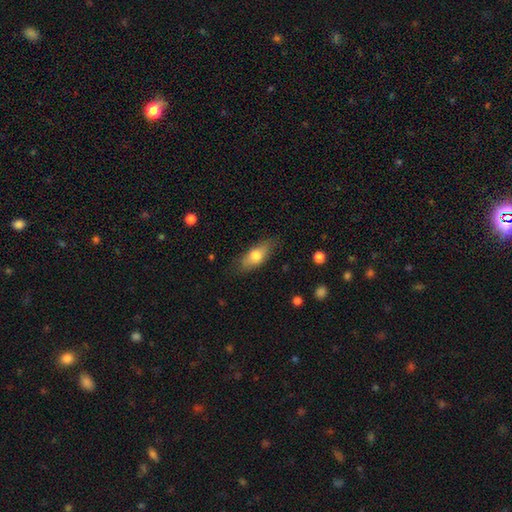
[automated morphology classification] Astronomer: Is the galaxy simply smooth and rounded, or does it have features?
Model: smooth — 70%.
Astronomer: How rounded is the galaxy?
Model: in between — 74%.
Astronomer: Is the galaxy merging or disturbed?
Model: none — 79%.